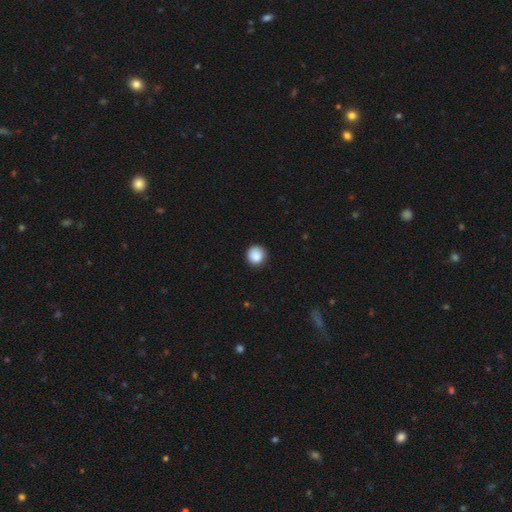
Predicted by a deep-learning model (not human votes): Smooth or featured?
  - smooth: 88% *
  - star or artifact: 9%
  - featured or disk: 3%
How rounded?
  - round: 94% *
  - in between: 5%
  - cigar-shaped: 1%
Merging?
  - none: 89% *
  - minor disturbance: 8%
  - major disturbance: 2%
  - merger: 1%